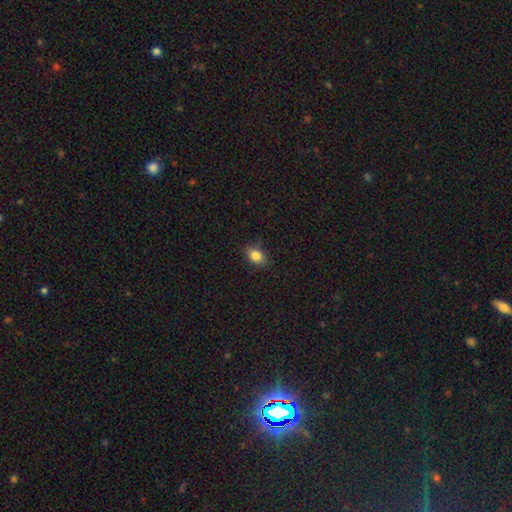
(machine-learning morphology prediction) smooth_or_featured: smooth (p=0.84) [alt: star or artifact p=0.10]
how_rounded: in between (p=0.74) [alt: round p=0.25]
merging: none (p=0.83) [alt: minor disturbance p=0.13]